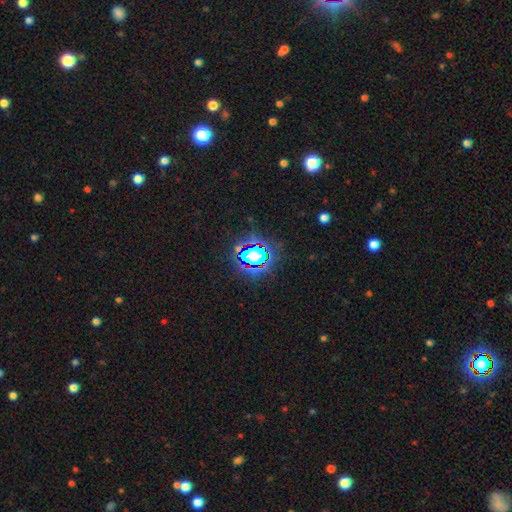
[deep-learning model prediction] A star or artifact, not a galaxy (62%).

Vote fractions:
- Smooth or featured? star or artifact: 62% / smooth: 25% / featured or disk: 13%